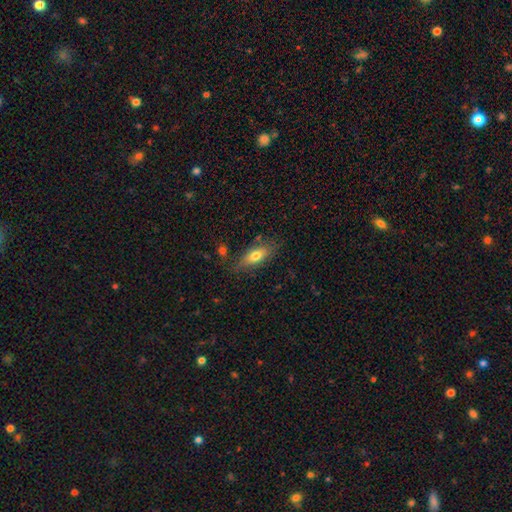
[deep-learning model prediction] A smooth galaxy with no disk features (72%) that is in between round and cigar-shaped (78%).

Vote fractions:
- Smooth or featured? smooth: 72% / featured or disk: 22% / star or artifact: 7%
- How rounded? in between: 78% / cigar-shaped: 19% / round: 3%
- Merging? none: 73% / minor disturbance: 19% / major disturbance: 5% / merger: 3%